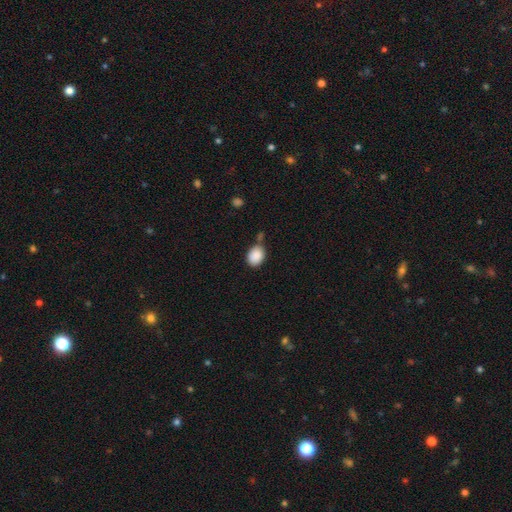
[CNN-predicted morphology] Smooth or featured: smooth — 89% (star or artifact — 8%)
How rounded: in between — 57% (round — 42%)
Merging: none — 64% (minor disturbance — 19%)